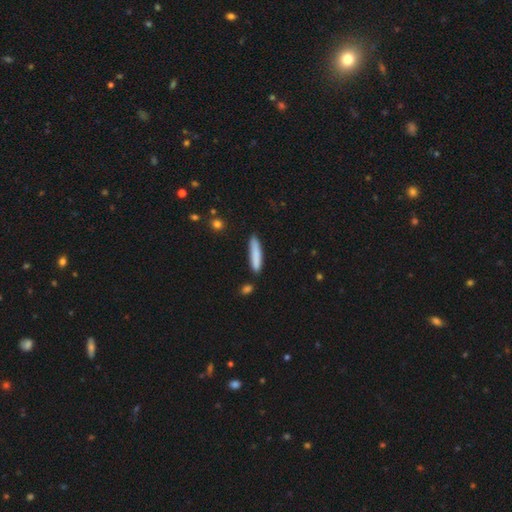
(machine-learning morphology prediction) Smooth or featured? Predicted: smooth (p=0.82). How rounded? Predicted: cigar-shaped (p=0.90). Merging? Predicted: none (p=0.85).